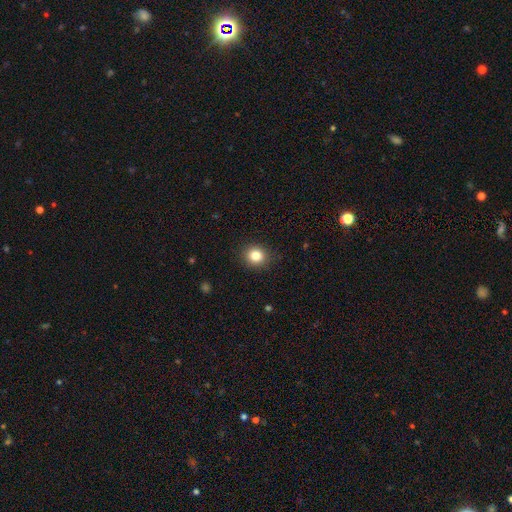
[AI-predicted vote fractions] This appears to be a smooth galaxy with no disk features (83%) that is round (83%). Merging: none (90%).